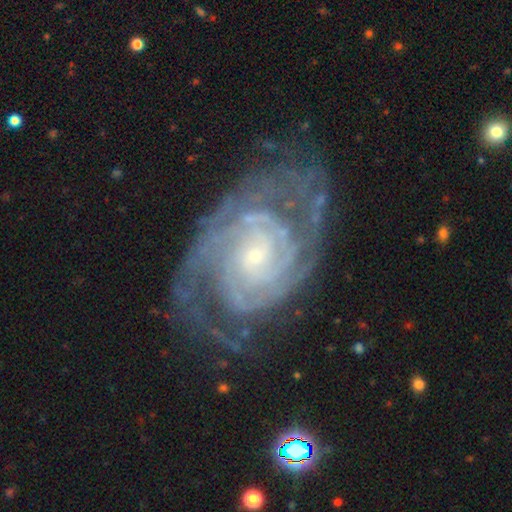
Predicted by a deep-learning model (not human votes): Overall: featured or disk (91%). Edge-on disk: no (97%). Bar: no (62%; weak 29%). Spiral arms: yes (98%). Spiral arm count: 2 (37%; can't tell 21%). Spiral winding: tight (74%). Bulge size: small (73%). Merging: none (69%).